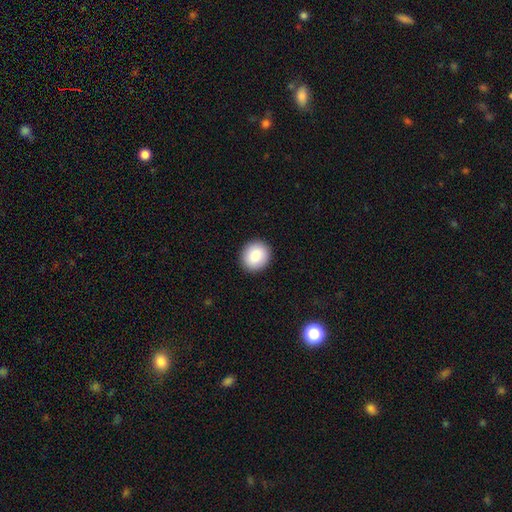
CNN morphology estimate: smooth-or-featured: smooth: 88% | star or artifact: 7% | featured or disk: 5%
  how-rounded: round: 79% | in between: 21% | cigar-shaped: 1%
  merging: none: 92% | minor disturbance: 6% | major disturbance: 2% | merger: 1%